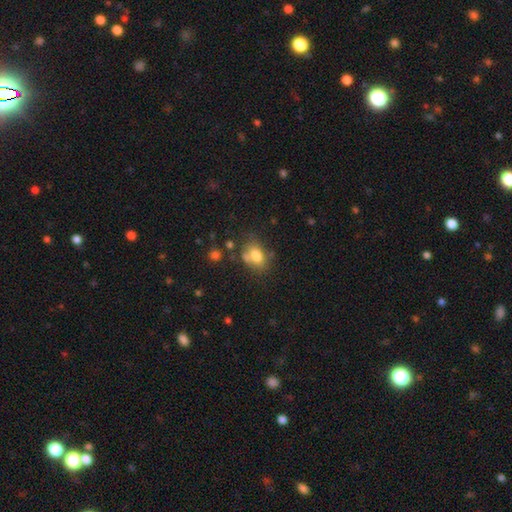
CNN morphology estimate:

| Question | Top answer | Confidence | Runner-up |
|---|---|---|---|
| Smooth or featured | smooth | 77% | featured or disk (13%) |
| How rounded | in between | 75% | round (23%) |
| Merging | none | 56% | minor disturbance (21%) |